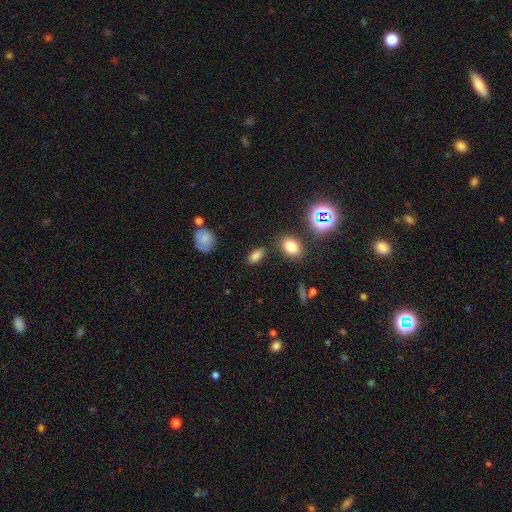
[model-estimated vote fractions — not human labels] smooth 80%, star or artifact 13%, featured or disk 7%. Down the decision tree: how rounded — in between (89%); merging — none (81%).